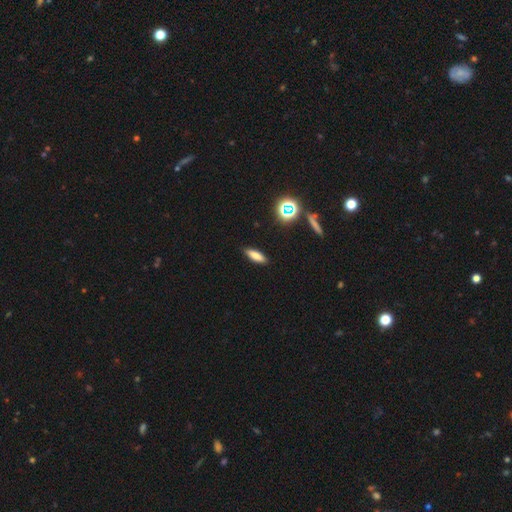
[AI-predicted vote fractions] A smooth galaxy with no disk features (73%) that is in between round and cigar-shaped (50%). Merging: none (89%).